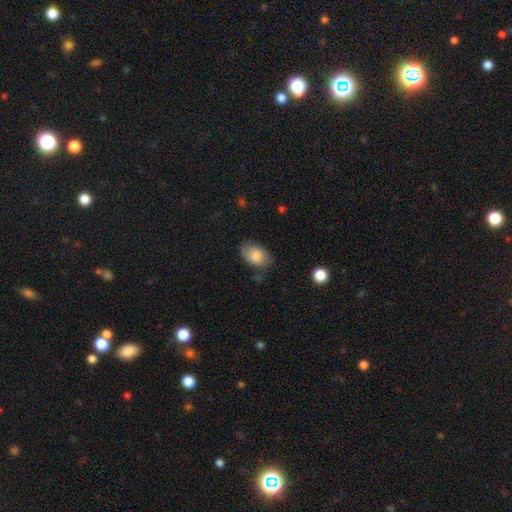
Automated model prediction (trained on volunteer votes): smooth_or_featured: smooth (p=0.83) [alt: featured or disk p=0.10]
how_rounded: in between (p=0.86) [alt: round p=0.13]
merging: none (p=0.71) [alt: minor disturbance p=0.21]